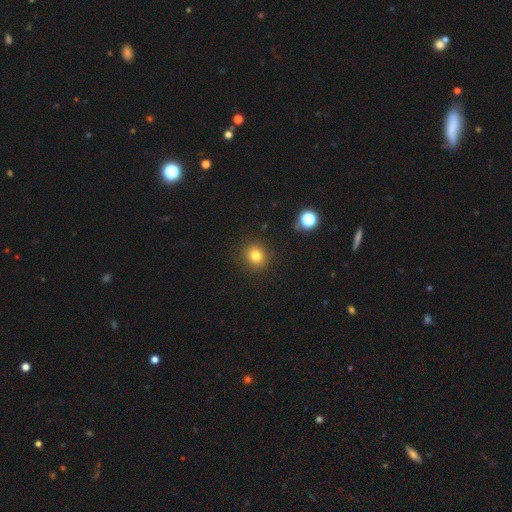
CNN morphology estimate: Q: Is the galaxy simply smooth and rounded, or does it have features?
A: smooth — 80%.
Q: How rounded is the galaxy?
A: round — 86%.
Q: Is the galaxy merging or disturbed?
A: none — 89%.